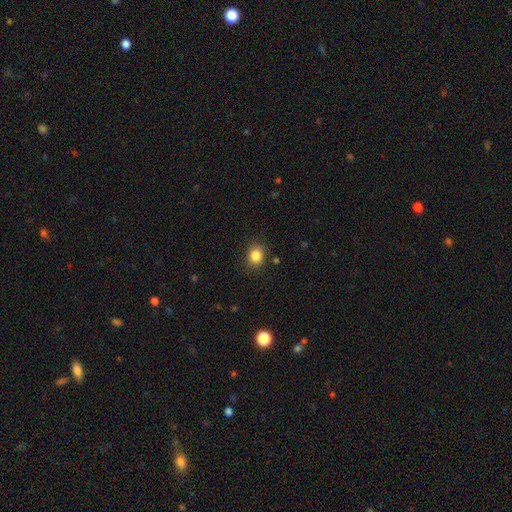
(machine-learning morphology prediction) smooth_or_featured: smooth (p=0.85) [alt: star or artifact p=0.11]
how_rounded: round (p=0.60) [alt: in between p=0.40]
merging: none (p=0.85) [alt: minor disturbance p=0.10]